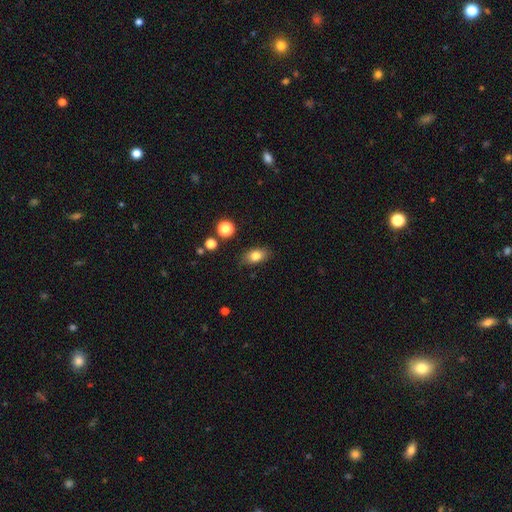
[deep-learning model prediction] smooth 81%, featured or disk 10%, star or artifact 10%. Down the decision tree: how rounded — in between (82%); merging — none (80%).